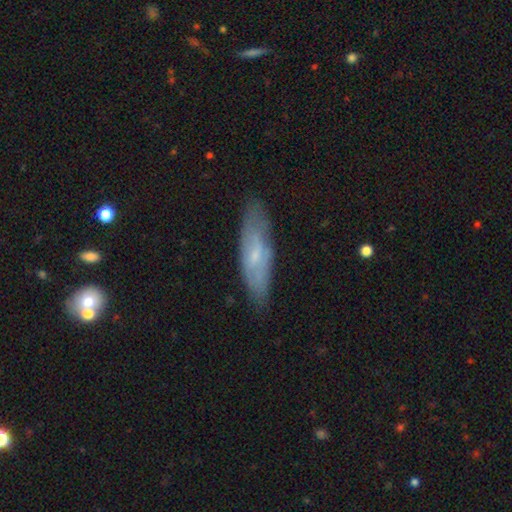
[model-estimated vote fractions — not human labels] Q: Smooth or featured?
A: featured or disk (49%); runner-up: smooth (44%)
Q: Merging?
A: none (79%); runner-up: minor disturbance (16%)